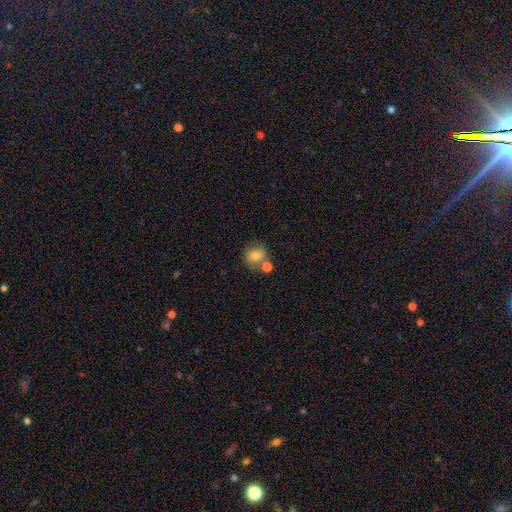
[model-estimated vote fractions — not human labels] The model was most divided on "merging": none: 55%, merger: 28%, minor disturbance: 13%, major disturbance: 4%. More confident: smooth or featured — smooth (76%); how rounded — round (73%).